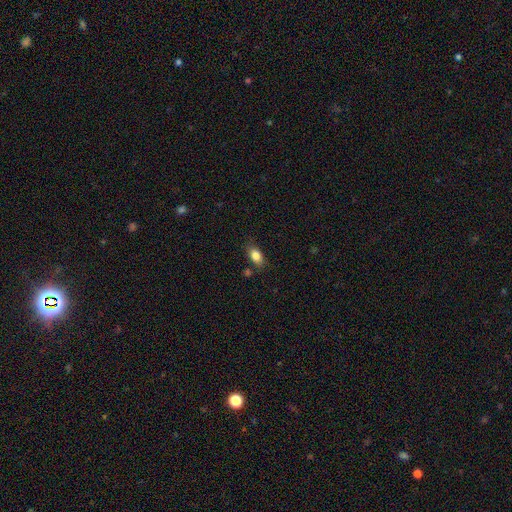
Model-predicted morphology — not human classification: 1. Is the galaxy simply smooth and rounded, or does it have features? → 83% smooth, 9% star or artifact, 8% featured or disk.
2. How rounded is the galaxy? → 86% in between, 10% round, 4% cigar-shaped.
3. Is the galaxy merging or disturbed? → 78% none, 15% minor disturbance, 4% merger, 3% major disturbance.